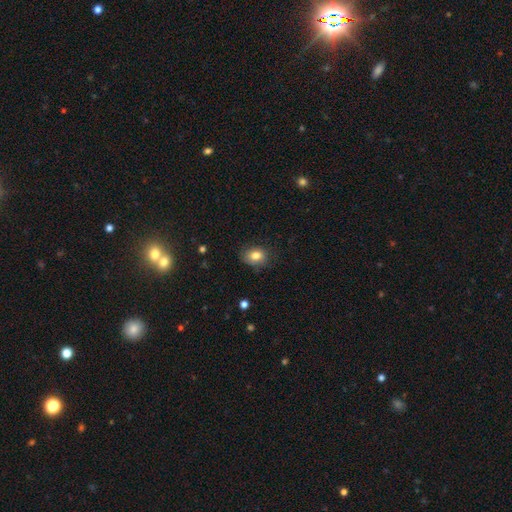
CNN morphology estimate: Smooth or featured? Predicted: smooth (p=0.81). How rounded? Predicted: in between (p=0.59). Merging? Predicted: none (p=0.74).